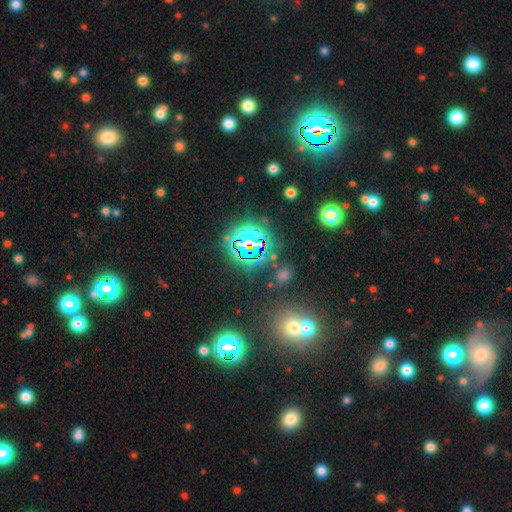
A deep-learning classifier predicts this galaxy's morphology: Smooth or featured? Predicted: star or artifact (p=0.75).